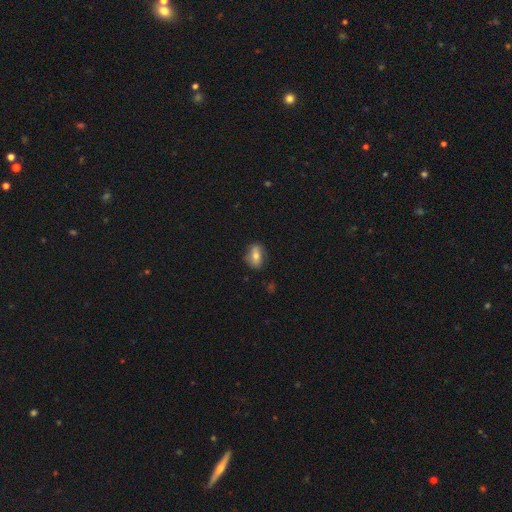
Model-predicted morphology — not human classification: This is likely a smooth galaxy (60%). How rounded: likely in between (77%). Merging: likely none (78%).